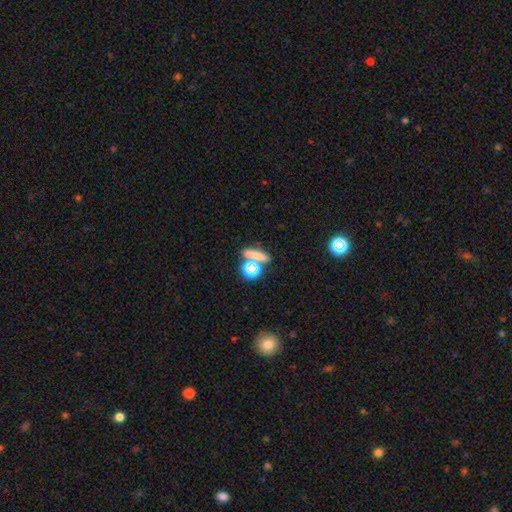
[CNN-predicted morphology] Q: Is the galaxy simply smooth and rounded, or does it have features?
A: smooth — 66%.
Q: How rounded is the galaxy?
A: cigar-shaped — 44%.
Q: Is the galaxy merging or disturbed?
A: none — 62%.